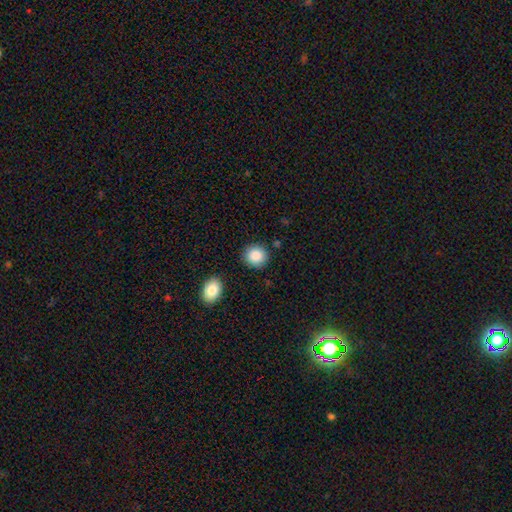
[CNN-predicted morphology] Overall: smooth (88%). How rounded: round (86%). Merging: none (86%).